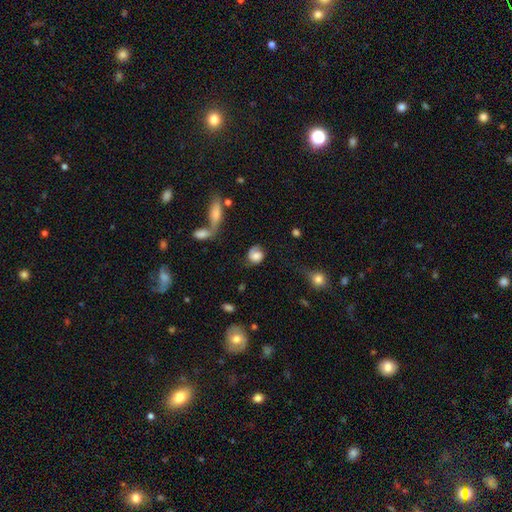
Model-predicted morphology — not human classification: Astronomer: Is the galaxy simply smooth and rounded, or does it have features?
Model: smooth — 57% (runner-up: featured or disk, 34%).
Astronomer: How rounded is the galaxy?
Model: round — 62% (runner-up: in between, 37%).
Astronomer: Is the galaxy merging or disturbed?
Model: none — 52%.